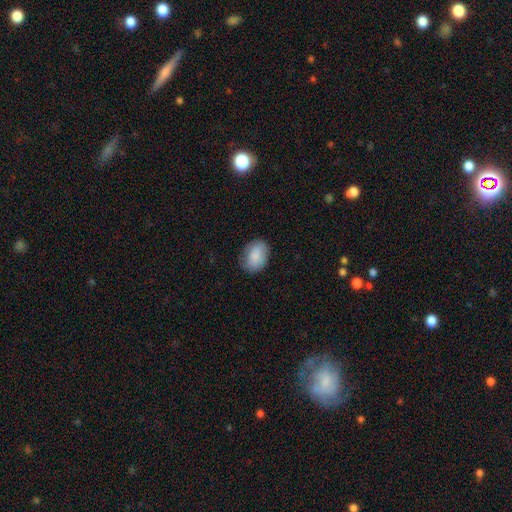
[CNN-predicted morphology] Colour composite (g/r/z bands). It shows a smooth galaxy with no disk features (86%) that is in between round and cigar-shaped (69%). Merging: none (77%).